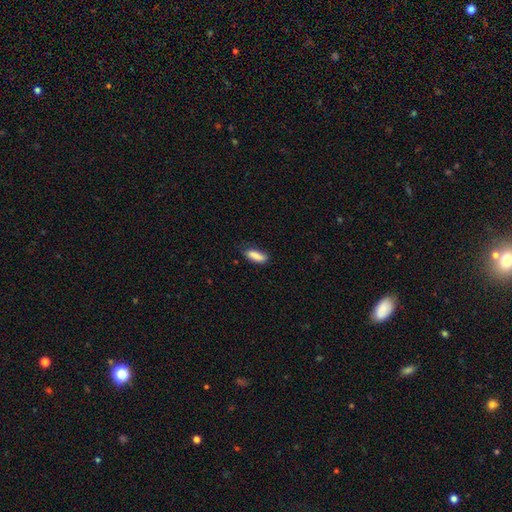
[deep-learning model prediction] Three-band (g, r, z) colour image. It shows a smooth galaxy with no disk features (85%) that is in between round and cigar-shaped (64%). Merging: none (70%).